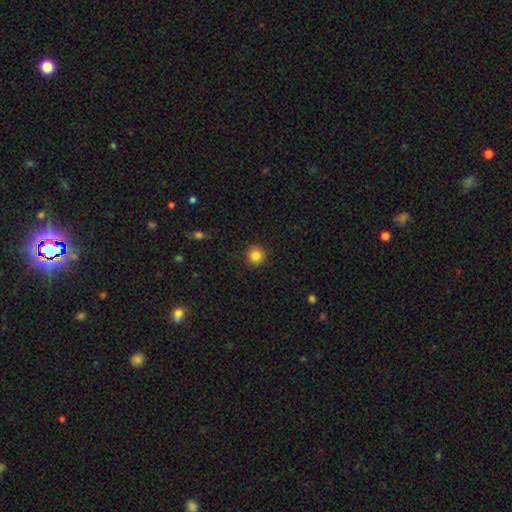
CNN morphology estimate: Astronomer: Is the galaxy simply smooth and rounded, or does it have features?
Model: smooth — 85%.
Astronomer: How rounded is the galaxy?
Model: round — 94%.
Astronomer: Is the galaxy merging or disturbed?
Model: none — 89%.